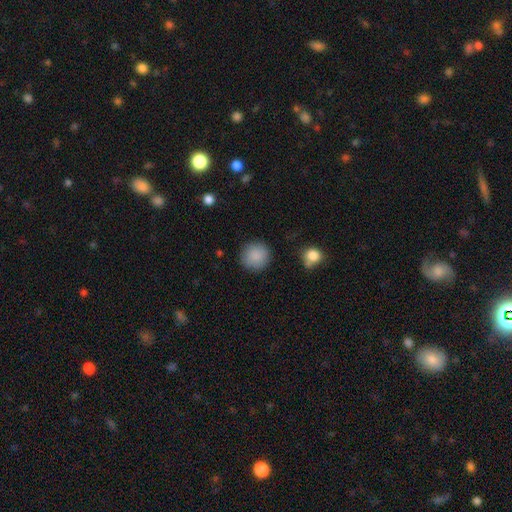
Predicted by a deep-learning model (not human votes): A smooth galaxy with no disk features (88%) that is round (92%). Merging: none (88%).